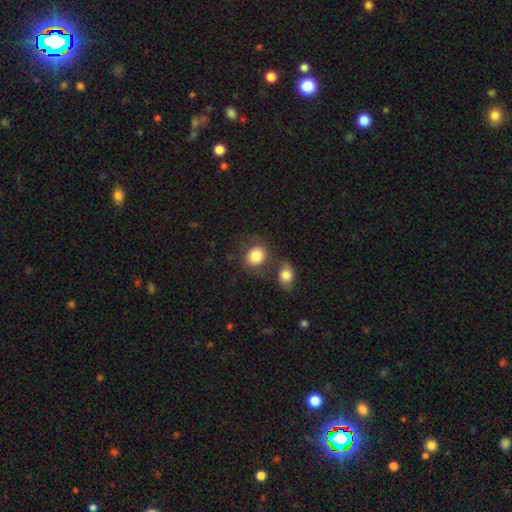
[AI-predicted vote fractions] Smooth or featured?
  - smooth: 83% *
  - featured or disk: 9%
  - star or artifact: 8%
How rounded?
  - round: 60% *
  - in between: 39%
  - cigar-shaped: 1%
Merging?
  - none: 59% *
  - merger: 23%
  - minor disturbance: 12%
  - major disturbance: 6%